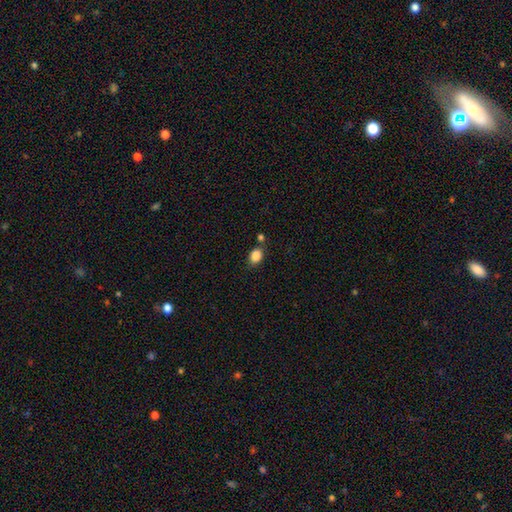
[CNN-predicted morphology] Smooth or featured? smooth (86%)
How rounded? in between (70%)
Merging? none (71%)